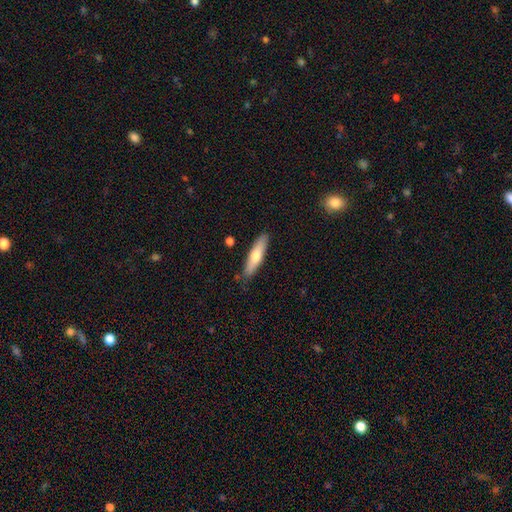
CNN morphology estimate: smooth_or_featured: smooth (p=0.64) [alt: featured or disk p=0.30]
how_rounded: cigar-shaped (p=0.77) [alt: in between p=0.22]
merging: none (p=0.84) [alt: minor disturbance p=0.11]